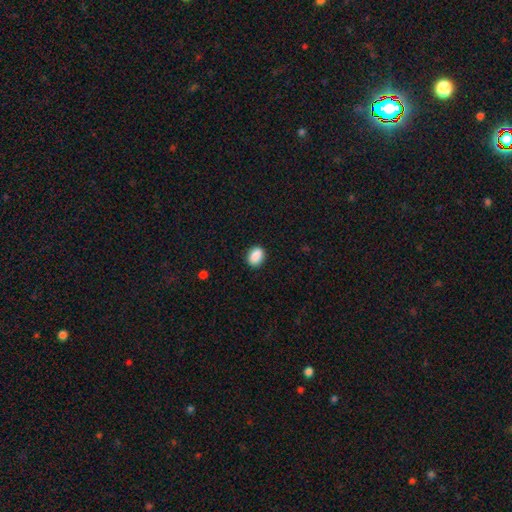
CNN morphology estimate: This is clearly a smooth galaxy (89%). How rounded: likely in between (72%). Merging: clearly none (88%).